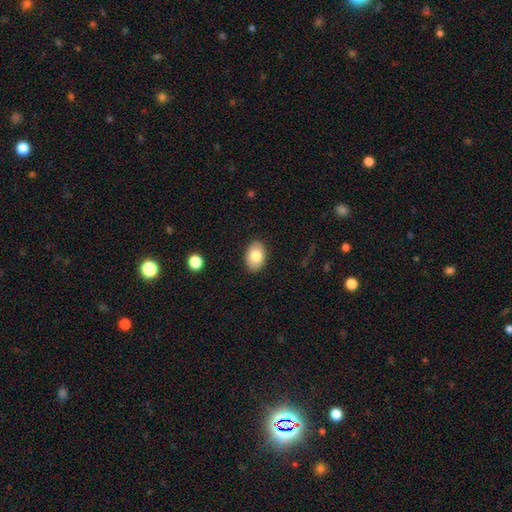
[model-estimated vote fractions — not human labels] Overall: smooth (81%). How rounded: in between (88%). Merging: none (88%).